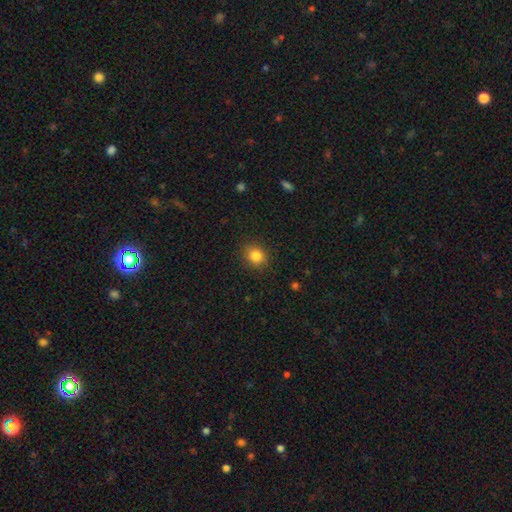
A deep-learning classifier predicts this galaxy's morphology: smooth-or-featured: smooth: 84% | star or artifact: 11% | featured or disk: 5%
  how-rounded: round: 74% | in between: 25% | cigar-shaped: 1%
  merging: none: 88% | minor disturbance: 8% | major disturbance: 3% | merger: 1%